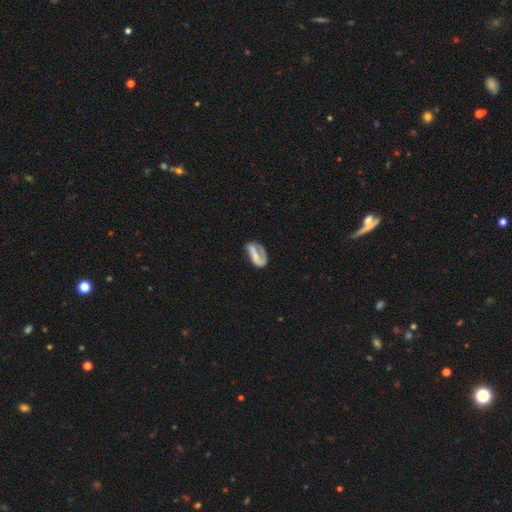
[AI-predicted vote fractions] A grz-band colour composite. It shows a featured or disk galaxy (62%) with a strong bar (40%), spiral arms (76%) and a small central bulge (38%). Merging: none (43%).